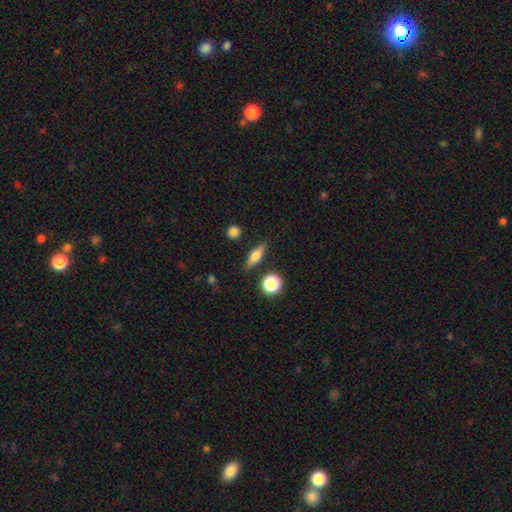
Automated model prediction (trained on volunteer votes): smooth 62%, featured or disk 29%, star or artifact 9%. Down the decision tree: how rounded — in between (46%); merging — none (84%).